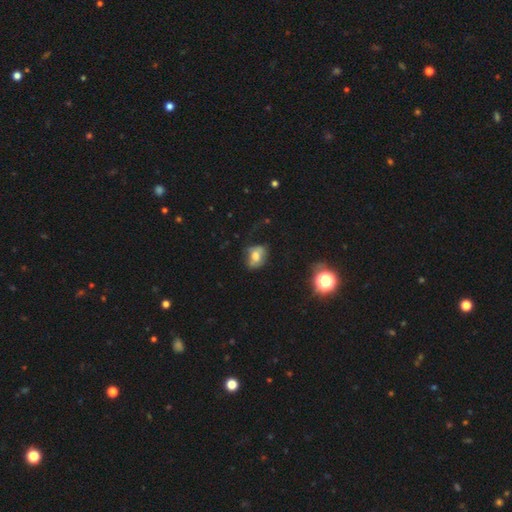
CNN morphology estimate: Overall: smooth (61%; featured or disk 27%). How rounded: in between (67%; round 31%). Merging: none (55%; minor disturbance 29%).